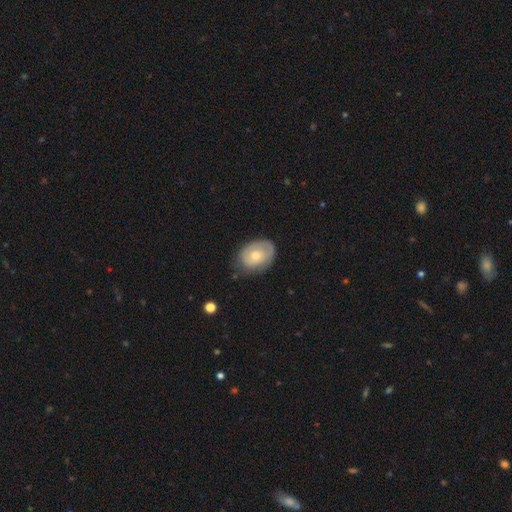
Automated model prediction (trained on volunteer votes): Smooth or featured? smooth (52%)
How rounded? in between (70%)
Merging? none (64%)